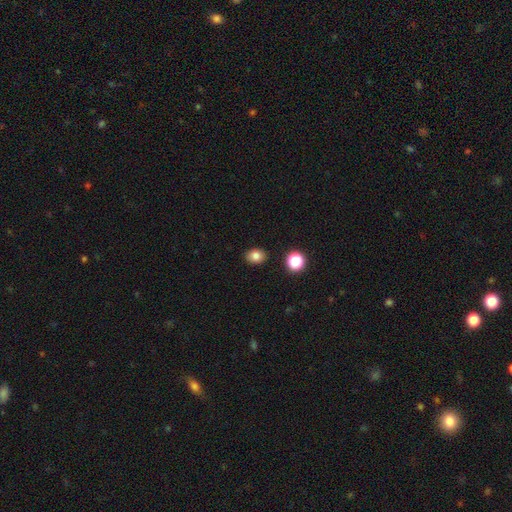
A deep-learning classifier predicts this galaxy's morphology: smooth_or_featured: smooth (p=0.82) [alt: star or artifact p=0.12]
how_rounded: in between (p=0.55) [alt: round p=0.44]
merging: none (p=0.88) [alt: minor disturbance p=0.08]